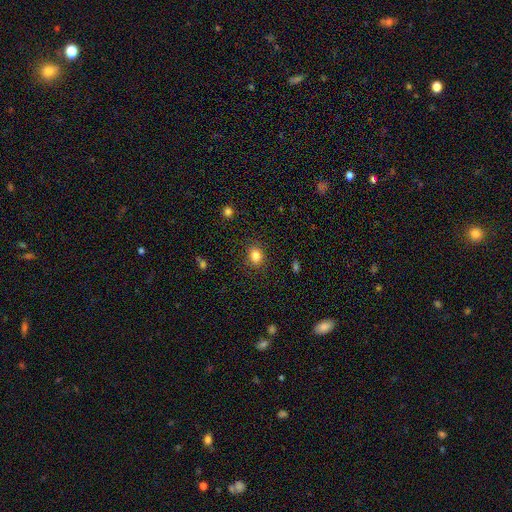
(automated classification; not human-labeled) Overall: smooth (83%). How rounded: round (60%; in between 39%). Merging: none (86%).